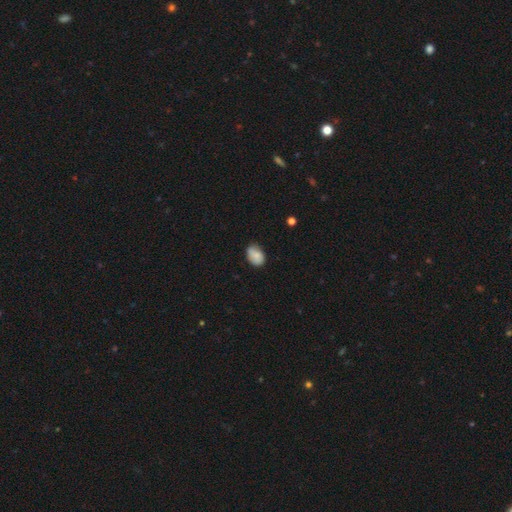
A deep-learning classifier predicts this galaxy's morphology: smooth_or_featured: smooth (p=0.79) [alt: featured or disk p=0.13]
how_rounded: in between (p=0.79) [alt: round p=0.20]
merging: none (p=0.62) [alt: minor disturbance p=0.30]